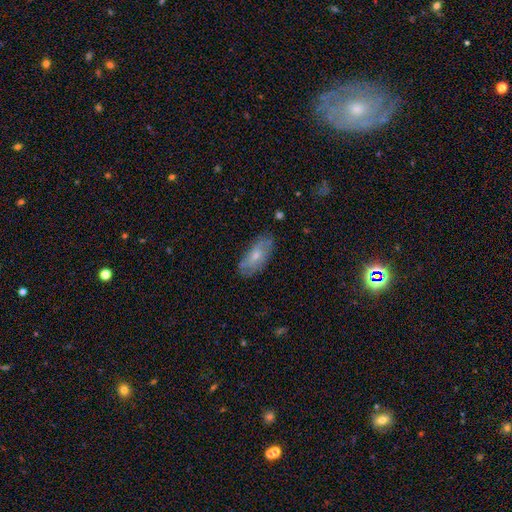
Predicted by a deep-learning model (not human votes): smooth_or_featured: smooth (p=0.53) [alt: featured or disk p=0.40]
how_rounded: in between (p=0.84) [alt: cigar-shaped p=0.13]
merging: none (p=0.71) [alt: minor disturbance p=0.21]